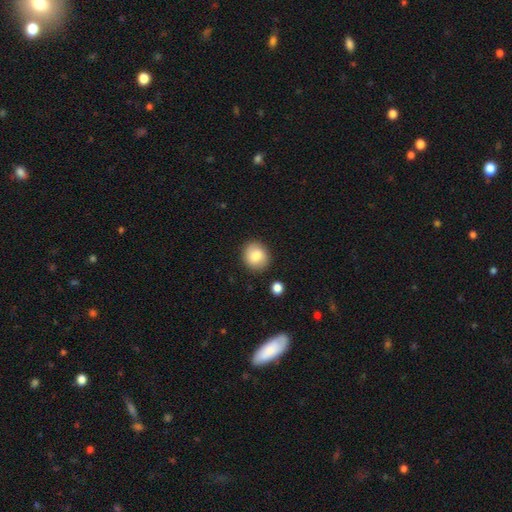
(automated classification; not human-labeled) The model was most divided on "how rounded": round: 79%, in between: 20%, cigar-shaped: 1%. More confident: merging — none (86%); smooth or featured — smooth (83%).